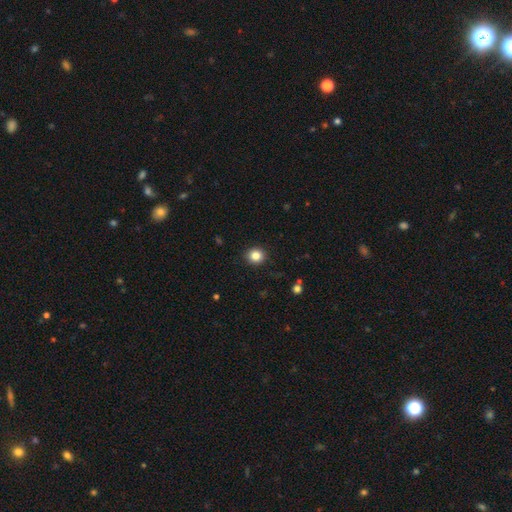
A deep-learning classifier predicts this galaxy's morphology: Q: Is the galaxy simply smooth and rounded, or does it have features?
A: smooth — 84%.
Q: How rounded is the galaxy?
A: round — 86%.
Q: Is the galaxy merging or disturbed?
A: none — 92%.